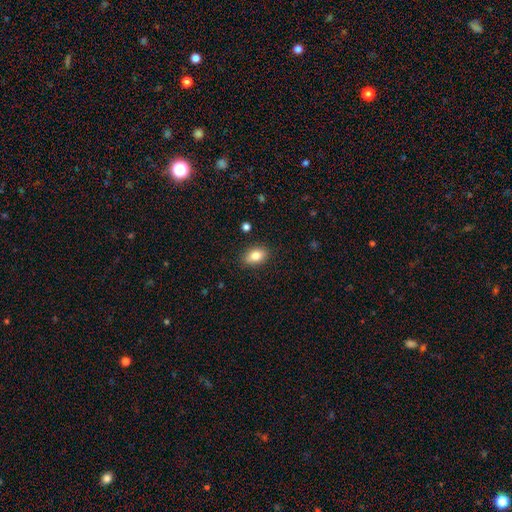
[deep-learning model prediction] Smooth or featured? smooth (82%)
How rounded? in between (83%)
Merging? none (86%)